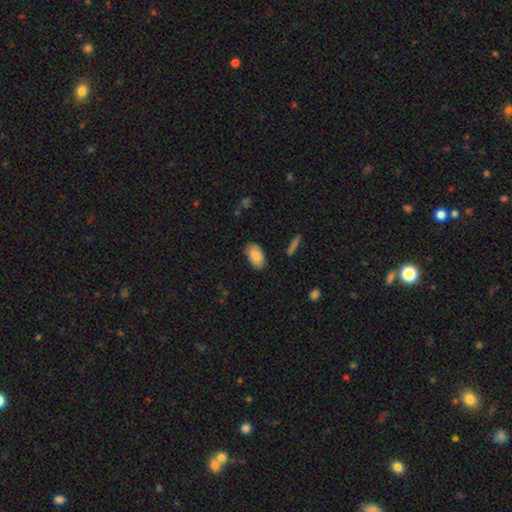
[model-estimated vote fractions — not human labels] Smooth or featured?
  - smooth: 86% *
  - featured or disk: 8%
  - star or artifact: 6%
How rounded?
  - in between: 94% *
  - round: 4%
  - cigar-shaped: 2%
Merging?
  - none: 80% *
  - minor disturbance: 15%
  - major disturbance: 3%
  - merger: 2%